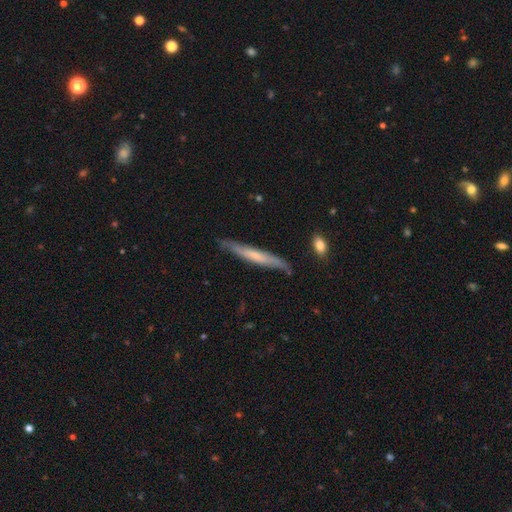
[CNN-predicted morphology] Overall: featured or disk (49%; smooth 45%). Merging: none (78%).